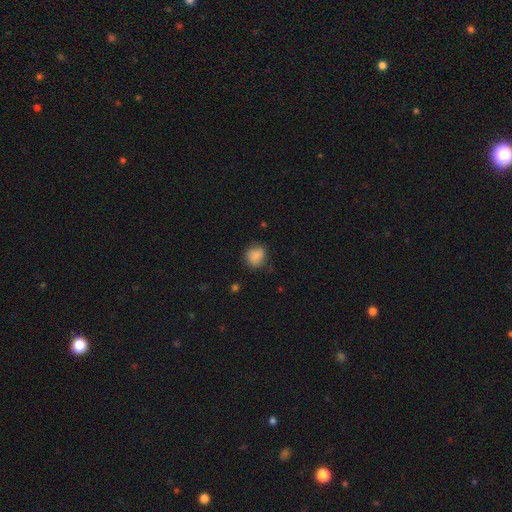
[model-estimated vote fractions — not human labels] Smooth or featured?
  - smooth: 82% *
  - star or artifact: 9%
  - featured or disk: 9%
How rounded?
  - round: 75% *
  - in between: 24%
  - cigar-shaped: 1%
Merging?
  - none: 71% *
  - minor disturbance: 22%
  - major disturbance: 5%
  - merger: 2%